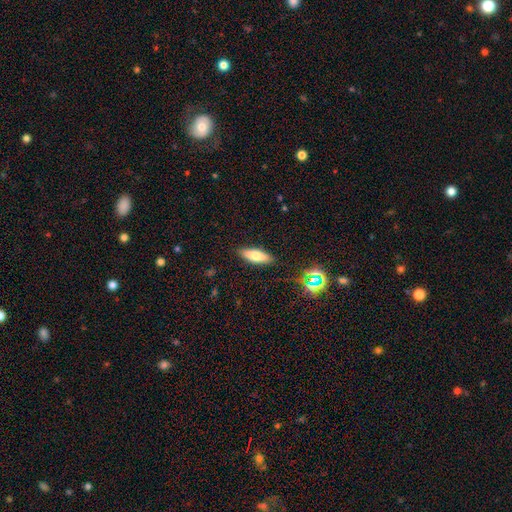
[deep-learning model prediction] Morphology: type=smooth (69%); roundness=in between (62%); merging=none (87%).